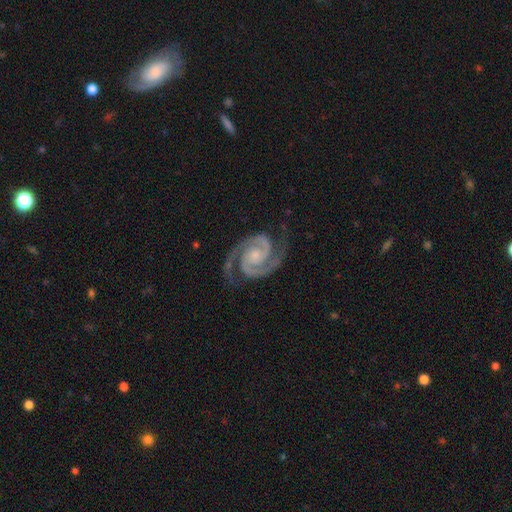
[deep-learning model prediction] smooth_or_featured: featured or disk (p=0.94) [alt: star or artifact p=0.04]
disk_edge_on: no (p=0.98) [alt: yes p=0.02]
bar: no (p=0.65) [alt: weak p=0.25]
has_spiral_arms: yes (p=0.99) [alt: no p=0.01]
spiral_winding: tight (p=0.53) [alt: medium p=0.42]
spiral_arm_count: 2 (p=0.94) [alt: 3 p=0.02]
bulge_size: small (p=0.53) [alt: moderate p=0.34]
merging: none (p=0.81) [alt: minor disturbance p=0.13]